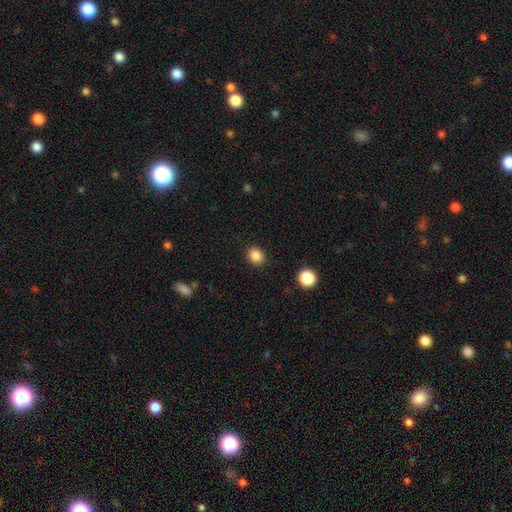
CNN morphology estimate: Smooth or featured: smooth — 86% (star or artifact — 10%)
How rounded: round — 67% (in between — 32%)
Merging: none — 90% (minor disturbance — 6%)